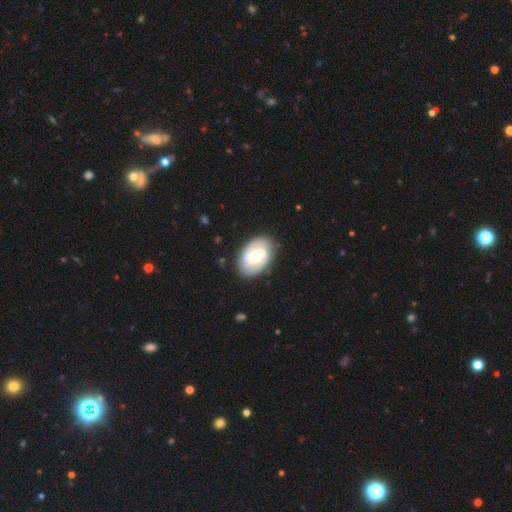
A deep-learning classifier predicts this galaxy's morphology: type=featured or disk (82%); edge-on=no (97%); bar=weak (52%); spiral arms=yes (94%); winding=tight (47%); arm count=2 (88%); bulge=moderate (66%); merging=none (85%).